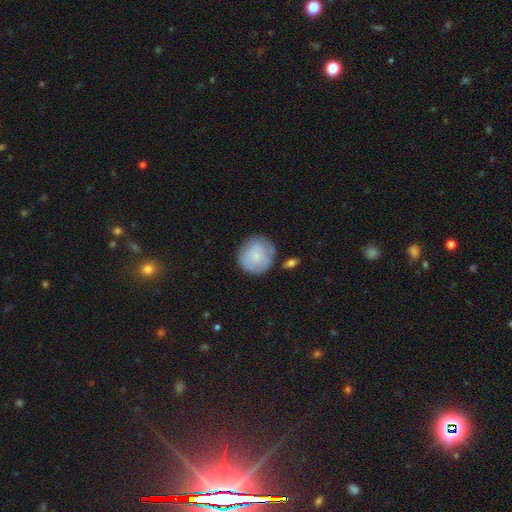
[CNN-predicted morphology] smooth_or_featured: smooth (p=0.78) [alt: featured or disk p=0.16]
how_rounded: round (p=0.90) [alt: in between p=0.09]
merging: none (p=0.70) [alt: minor disturbance p=0.18]